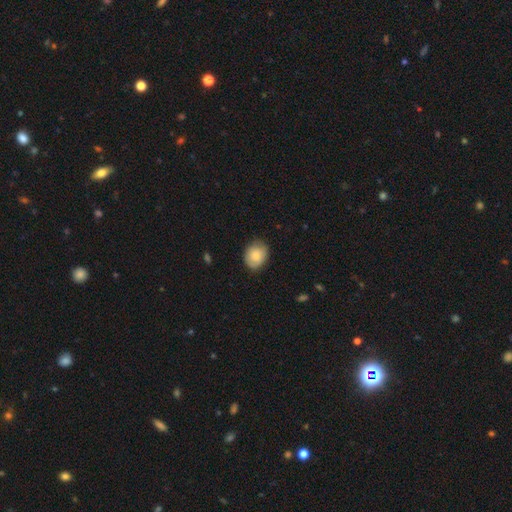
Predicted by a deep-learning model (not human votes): The model was most divided on "how rounded": in between: 51%, round: 48%, cigar-shaped: 1%. More confident: smooth or featured — smooth (81%); merging — none (80%).